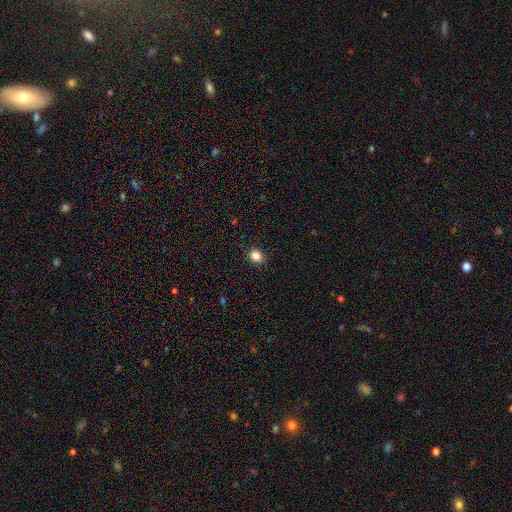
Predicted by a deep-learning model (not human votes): Smooth or featured? Predicted: smooth (p=0.85). How rounded? Predicted: round (p=0.78). Merging? Predicted: none (p=0.91).